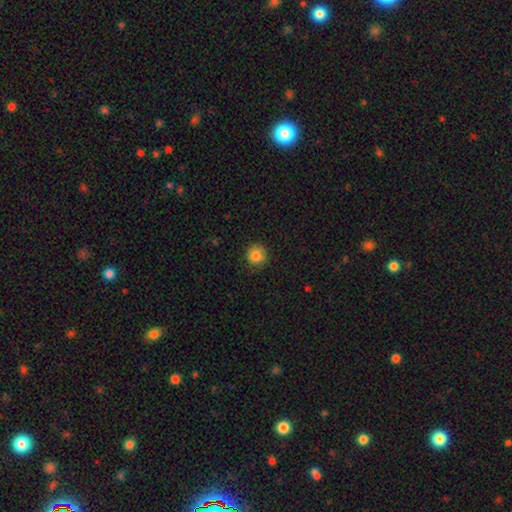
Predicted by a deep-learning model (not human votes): The model was most divided on "smooth or featured": smooth: 85%, star or artifact: 10%, featured or disk: 5%. More confident: how rounded — round (92%); merging — none (87%).